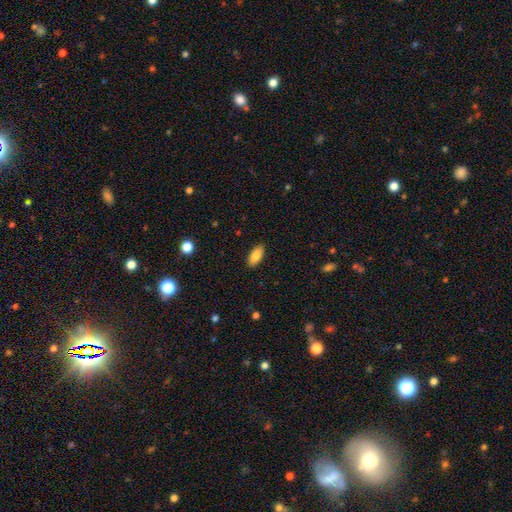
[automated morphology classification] Q: Smooth or featured?
A: smooth (87%); runner-up: star or artifact (7%)
Q: How rounded?
A: in between (86%); runner-up: cigar-shaped (12%)
Q: Merging?
A: none (89%); runner-up: minor disturbance (8%)